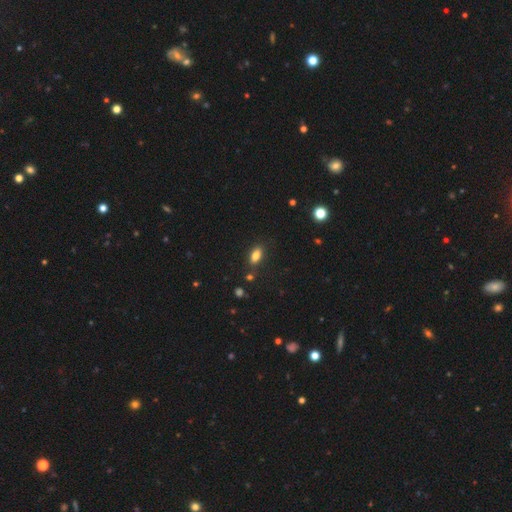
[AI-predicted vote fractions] Smooth or featured?
  - smooth: 80% *
  - star or artifact: 10%
  - featured or disk: 10%
How rounded?
  - in between: 85% *
  - cigar-shaped: 9%
  - round: 6%
Merging?
  - none: 82% *
  - minor disturbance: 12%
  - merger: 4%
  - major disturbance: 3%